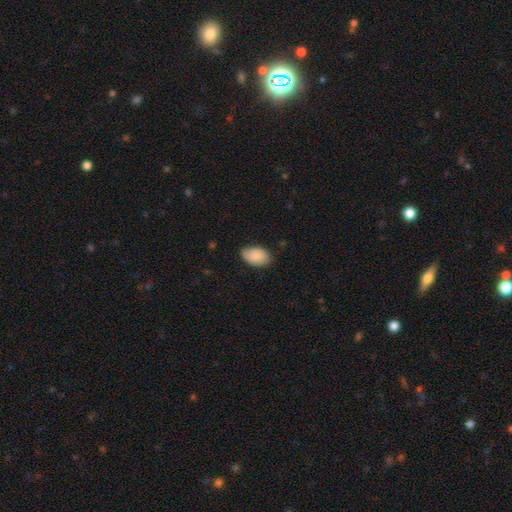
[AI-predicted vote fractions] smooth_or_featured: smooth (p=0.87) [alt: star or artifact p=0.06]
how_rounded: in between (p=0.90) [alt: round p=0.09]
merging: none (p=0.73) [alt: minor disturbance p=0.22]